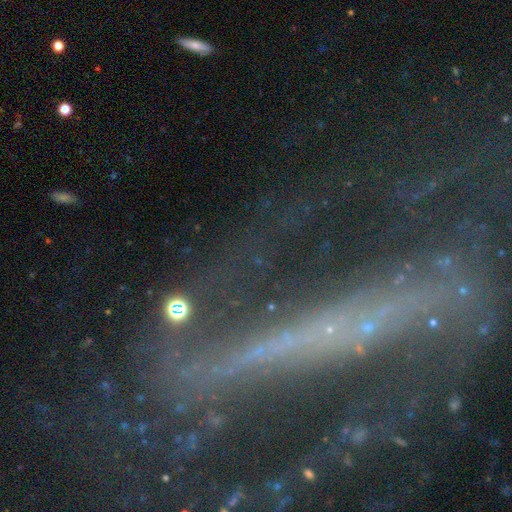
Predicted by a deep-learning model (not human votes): smooth-or-featured: featured or disk: 55% | star or artifact: 32% | smooth: 13%
  disk-edge-on: no: 63% | yes: 37%
  merging: none: 65% | minor disturbance: 15% | major disturbance: 14% | merger: 5%